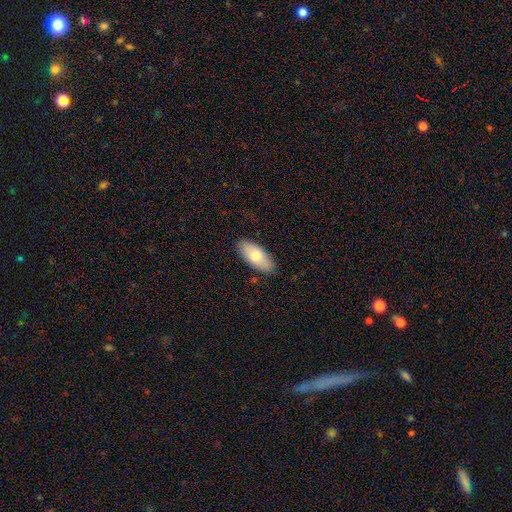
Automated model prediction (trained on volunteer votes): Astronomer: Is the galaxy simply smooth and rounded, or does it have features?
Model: smooth — 74%.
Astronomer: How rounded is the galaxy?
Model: in between — 89%.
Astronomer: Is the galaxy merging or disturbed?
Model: none — 87%.